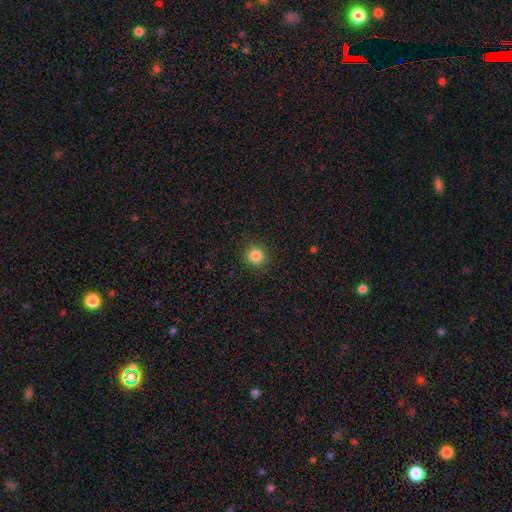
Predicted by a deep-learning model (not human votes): This is clearly a smooth galaxy (85%). How rounded: clearly round (93%). Merging: clearly none (92%).